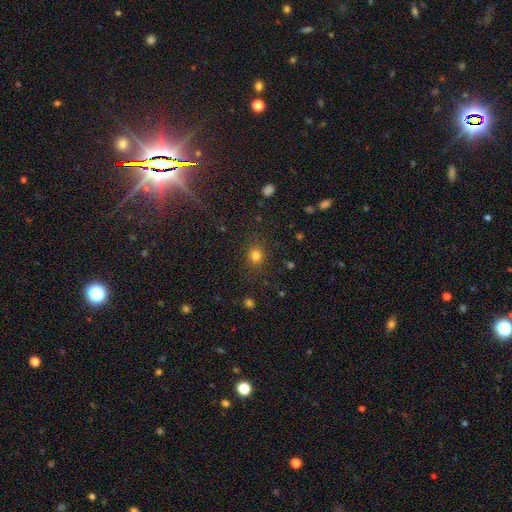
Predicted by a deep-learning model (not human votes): smooth-or-featured: smooth: 80% | star or artifact: 15% | featured or disk: 6%
  how-rounded: round: 70% | in between: 29% | cigar-shaped: 1%
  merging: none: 85% | minor disturbance: 10% | major disturbance: 4% | merger: 2%